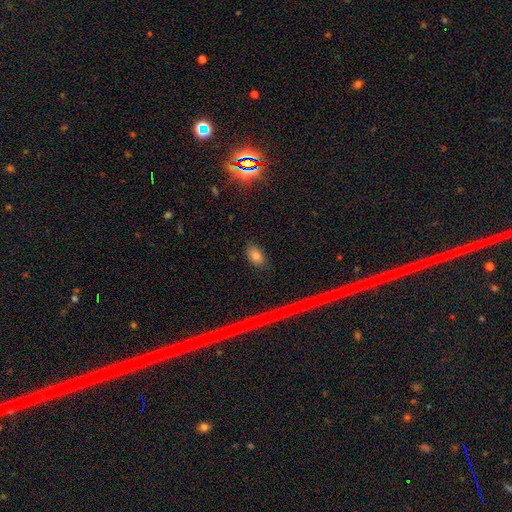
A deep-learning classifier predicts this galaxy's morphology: A smooth galaxy with no disk features (79%) that is in between round and cigar-shaped (86%).

Vote fractions:
- Smooth or featured? smooth: 79% / star or artifact: 11% / featured or disk: 9%
- How rounded? in between: 86% / round: 11% / cigar-shaped: 3%
- Merging? none: 84% / minor disturbance: 12% / major disturbance: 3% / merger: 2%